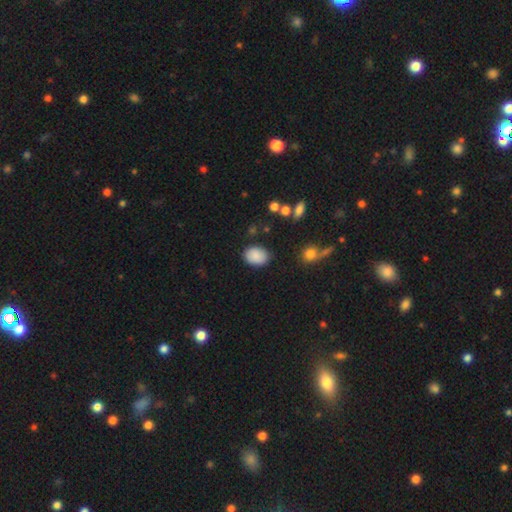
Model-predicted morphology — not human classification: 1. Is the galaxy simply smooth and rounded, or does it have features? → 87% smooth, 8% star or artifact, 5% featured or disk.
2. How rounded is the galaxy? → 74% in between, 25% round, 1% cigar-shaped.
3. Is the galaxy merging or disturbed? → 84% none, 11% minor disturbance, 3% major disturbance, 2% merger.